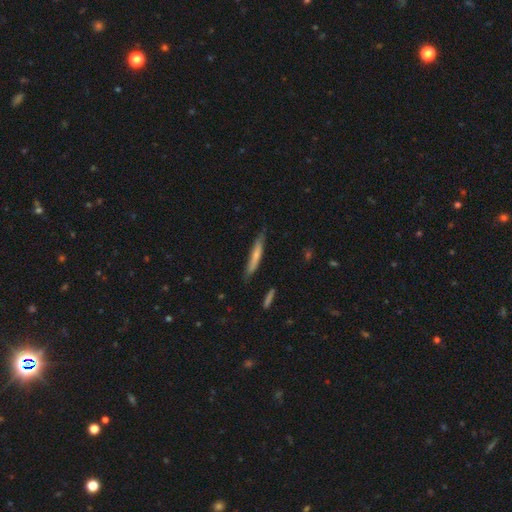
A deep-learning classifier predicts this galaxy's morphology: smooth_or_featured: smooth (p=0.59) [alt: featured or disk p=0.35]
how_rounded: cigar-shaped (p=0.92) [alt: in between p=0.06]
merging: none (p=0.78) [alt: minor disturbance p=0.17]